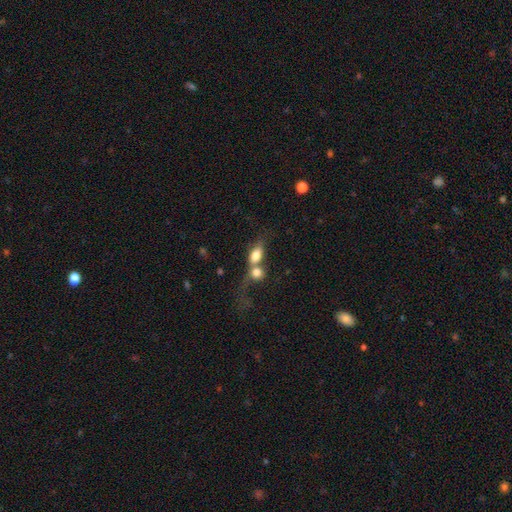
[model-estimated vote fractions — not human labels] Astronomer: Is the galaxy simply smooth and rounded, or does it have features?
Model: smooth — 73%.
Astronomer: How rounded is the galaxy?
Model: in between — 71%.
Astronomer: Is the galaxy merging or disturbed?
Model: merger — 72%.